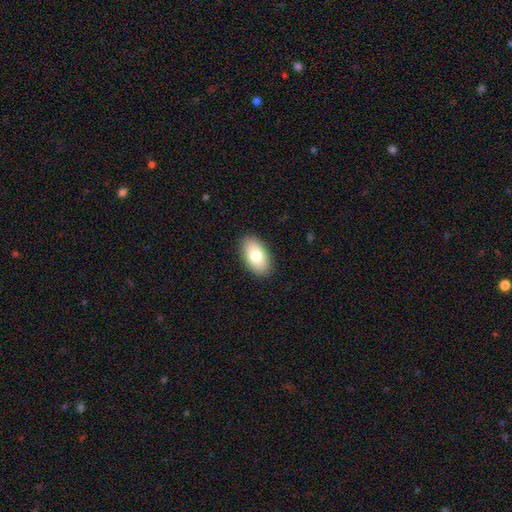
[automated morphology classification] Smooth or featured? smooth (78%)
How rounded? in between (94%)
Merging? none (89%)